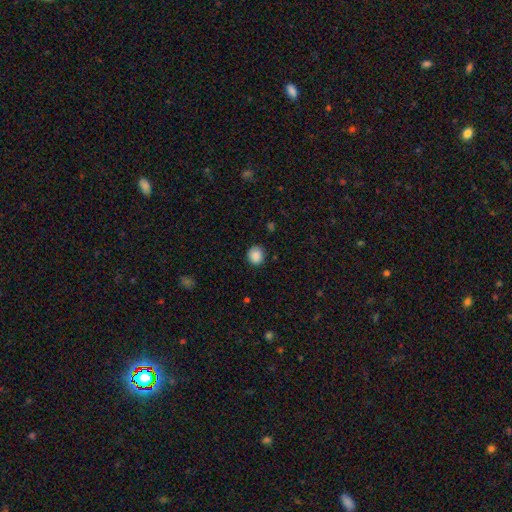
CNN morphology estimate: smooth_or_featured: smooth (p=0.88) [alt: star or artifact p=0.09]
how_rounded: round (p=0.81) [alt: in between p=0.18]
merging: none (p=0.87) [alt: minor disturbance p=0.10]